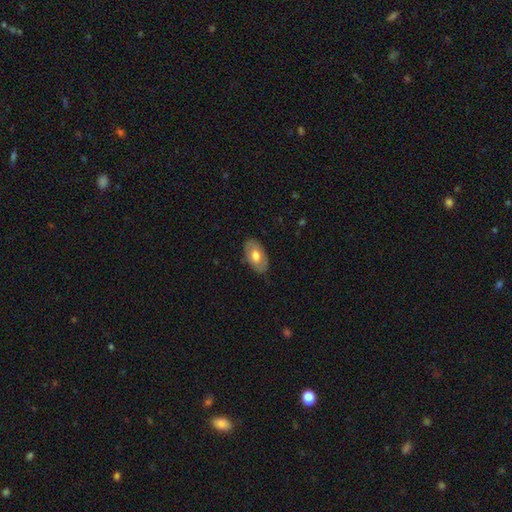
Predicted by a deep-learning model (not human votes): Morphology: type=smooth (62%); roundness=in between (93%); merging=none (82%).